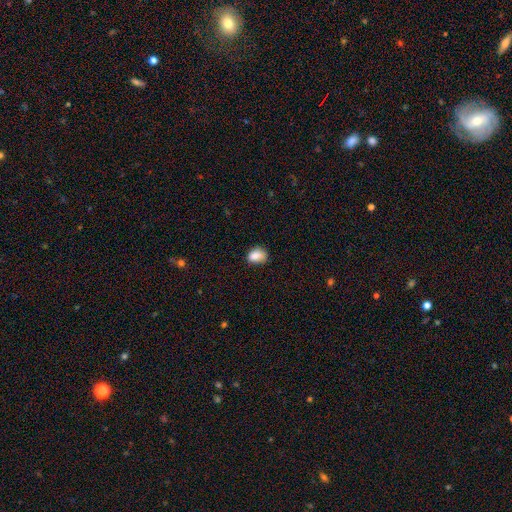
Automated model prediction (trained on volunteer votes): Morphology: type=smooth (85%); roundness=in between (70%); merging=none (61%).